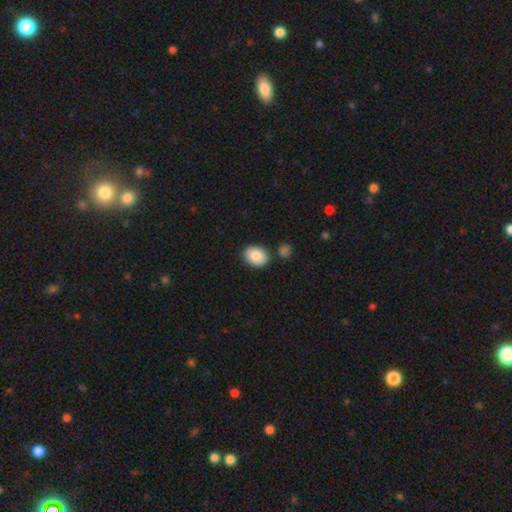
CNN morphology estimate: Smooth or featured? smooth (84%)
How rounded? in between (64%)
Merging? none (81%)